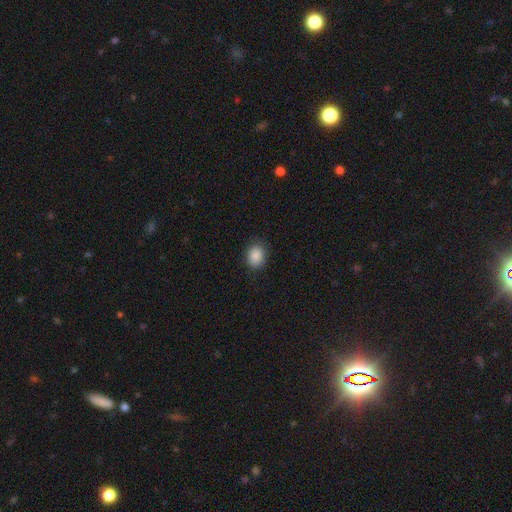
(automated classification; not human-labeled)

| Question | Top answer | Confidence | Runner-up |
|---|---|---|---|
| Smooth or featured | smooth | 88% | star or artifact (9%) |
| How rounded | in between | 54% | round (45%) |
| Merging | none | 85% | minor disturbance (11%) |